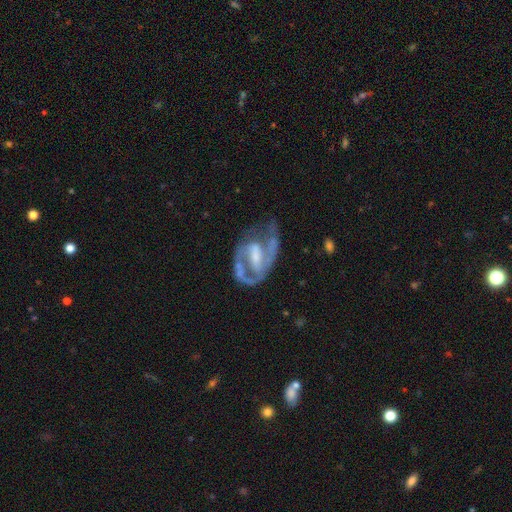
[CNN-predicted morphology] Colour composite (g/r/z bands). It shows a featured or disk galaxy (84%) with a weak bar (43%), 2 (62%) medium (48%) spiral arms (85%) and a small central bulge (41%). Merging: none (40%).